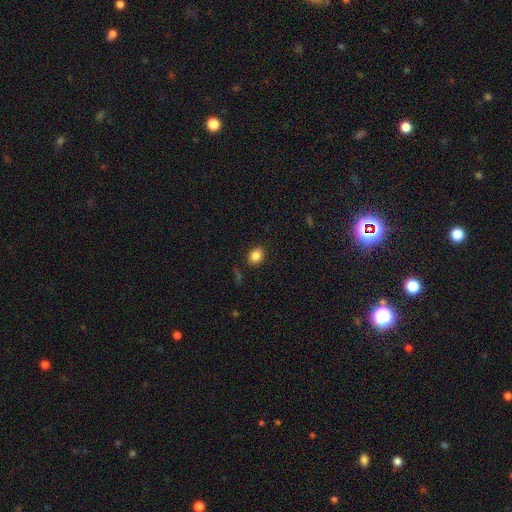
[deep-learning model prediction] Smooth or featured? smooth (85%)
How rounded? round (57%)
Merging? none (87%)